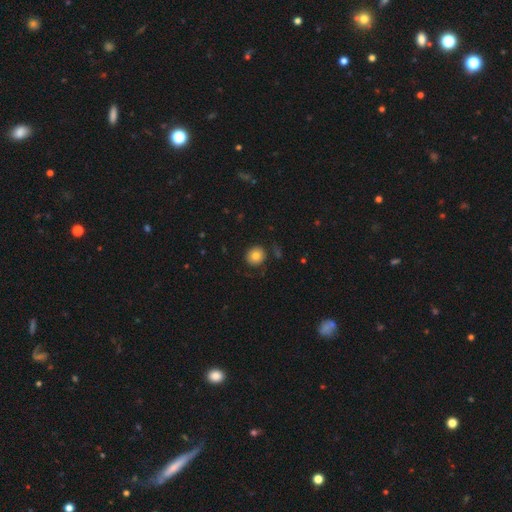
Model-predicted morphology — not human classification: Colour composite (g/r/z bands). It shows a smooth galaxy with no disk features (81%) that is round (92%). Merging: none (85%).